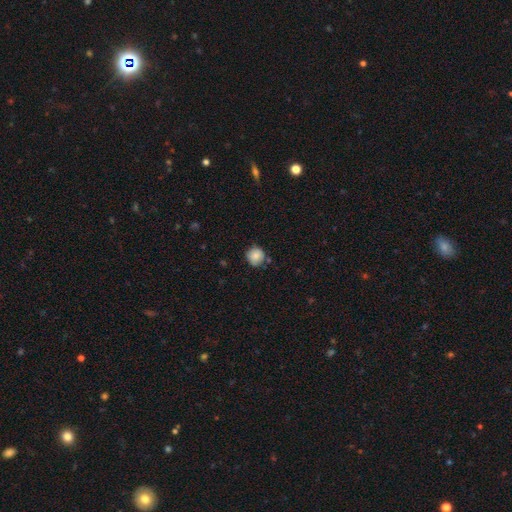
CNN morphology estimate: Q: Smooth or featured?
A: smooth (83%); runner-up: star or artifact (9%)
Q: How rounded?
A: round (91%); runner-up: in between (8%)
Q: Merging?
A: none (78%); runner-up: minor disturbance (16%)